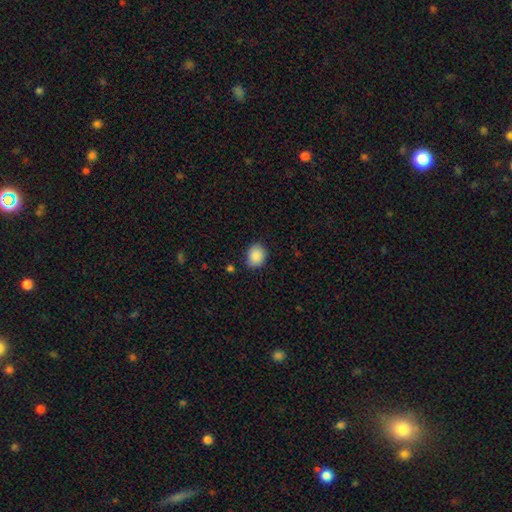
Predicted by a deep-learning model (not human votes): This appears to be a smooth galaxy with no disk features (89%) that is round (60%). Merging: none (83%).